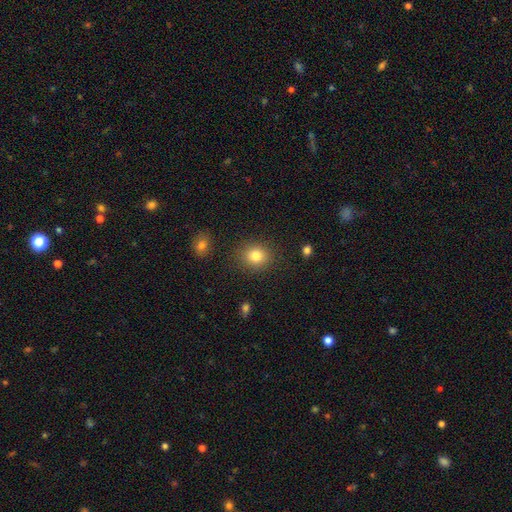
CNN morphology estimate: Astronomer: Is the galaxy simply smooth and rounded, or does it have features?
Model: smooth — 82%.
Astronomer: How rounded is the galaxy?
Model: round — 72%.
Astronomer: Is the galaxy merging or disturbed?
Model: none — 85%.